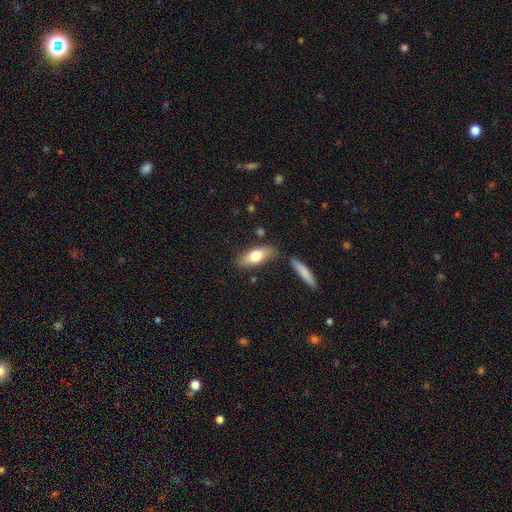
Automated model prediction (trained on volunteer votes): Morphology: type=smooth (66%); roundness=in between (65%); merging=none (77%).